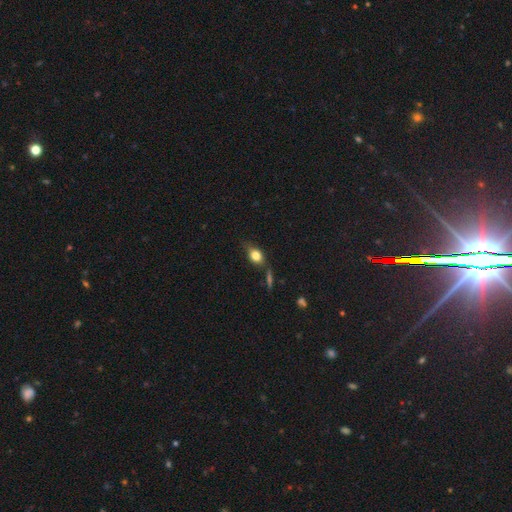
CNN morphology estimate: A smooth galaxy with no disk features (75%) that is in between round and cigar-shaped (69%). Merging: none (65%).